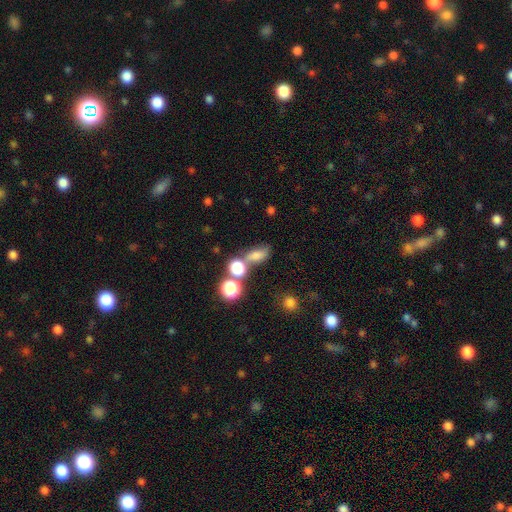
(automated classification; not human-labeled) Smooth or featured? Predicted: smooth (p=0.69). How rounded? Predicted: in between (p=0.66). Merging? Predicted: none (p=0.44).